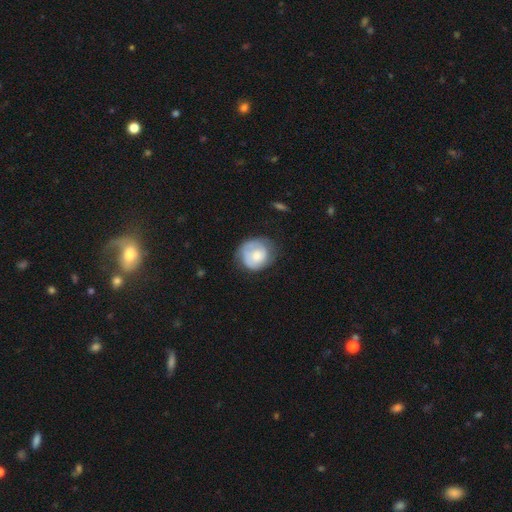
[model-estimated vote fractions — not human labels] This appears to be a smooth galaxy with no disk features (57%) that is round (81%). Merging: none (59%).